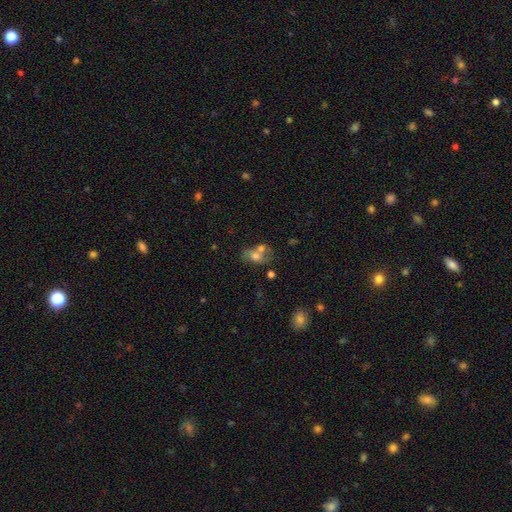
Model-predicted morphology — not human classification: type=smooth (60%); roundness=in between (65%); merging=merger (53%).